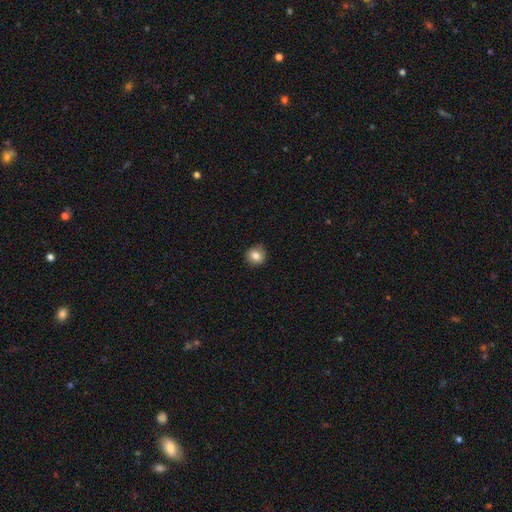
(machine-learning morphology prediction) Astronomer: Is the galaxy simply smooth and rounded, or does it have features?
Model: smooth — 83%.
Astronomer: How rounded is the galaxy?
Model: round — 86%.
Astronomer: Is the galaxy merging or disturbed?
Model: none — 86%.